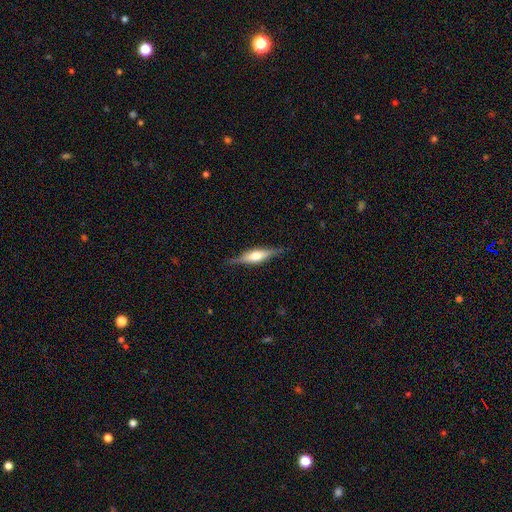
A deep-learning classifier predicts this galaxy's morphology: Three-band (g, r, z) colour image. It shows a featured or disk galaxy (68%) viewed edge-on (96%) with a rounded central bulge (83%). Merging: none (84%).